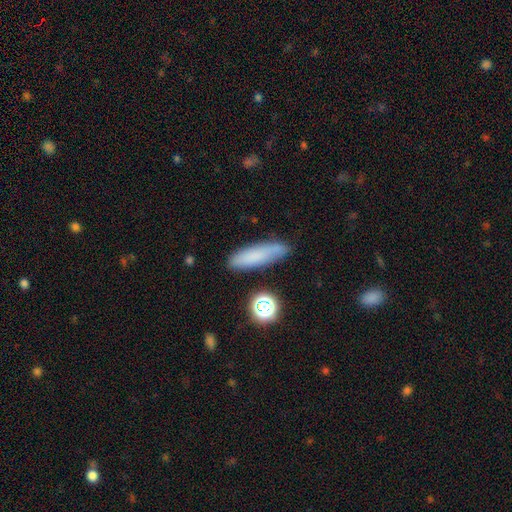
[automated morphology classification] smooth 74%, featured or disk 15%, star or artifact 11%. Down the decision tree: how rounded — cigar-shaped (68%); merging — none (77%).